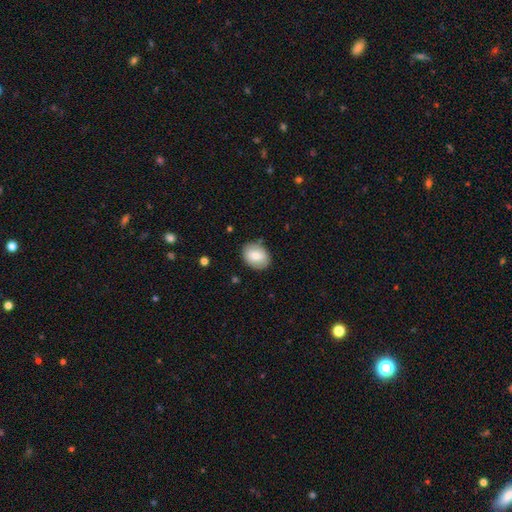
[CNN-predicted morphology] This appears to be a smooth galaxy with no disk features (75%) that is in between round and cigar-shaped (62%). Merging: none (83%).